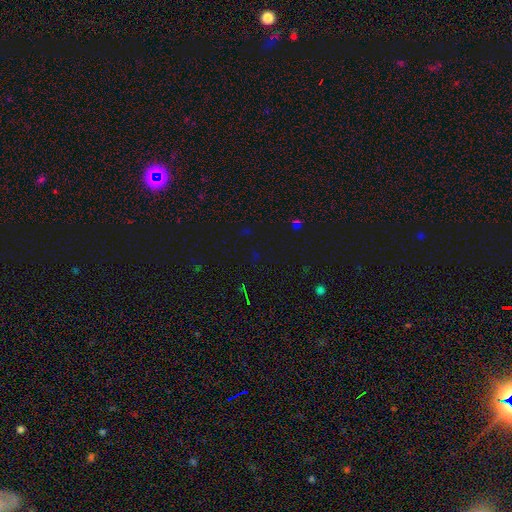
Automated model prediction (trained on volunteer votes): star or artifact 73%, smooth 18%, featured or disk 9%.